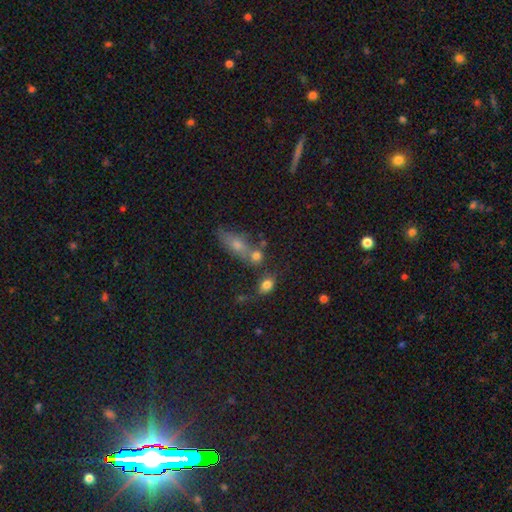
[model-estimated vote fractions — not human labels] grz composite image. It shows a smooth galaxy with no disk features (68%) that is in between round and cigar-shaped (47%). Merging: none (45%).